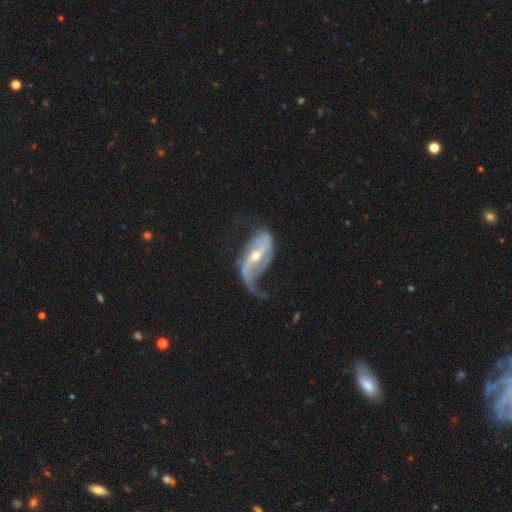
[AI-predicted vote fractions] Smooth or featured?
  - featured or disk: 89% *
  - smooth: 6%
  - star or artifact: 5%
Edge-on disk?
  - no: 94% *
  - yes: 6%
Bar?
  - strong: 48% *
  - weak: 32%
  - no: 19%
Spiral arms?
  - yes: 94% *
  - no: 6%
Spiral winding?
  - loose: 74% *
  - medium: 19%
  - tight: 7%
Spiral arm count?
  - 2: 78% *
  - 1: 15%
  - can't tell: 4%
  - 3: 1%
  - 4: 1%
  - more than 4: 1%
Bulge size?
  - small: 49% *
  - moderate: 47%
  - large: 1%
  - none: 1%
  - dominant: 1%
Merging?
  - none: 40% *
  - major disturbance: 32%
  - minor disturbance: 25%
  - merger: 3%